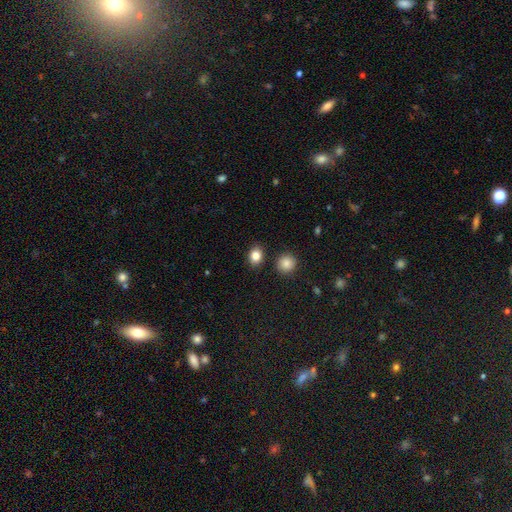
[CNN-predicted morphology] Smooth or featured?
  - smooth: 84% *
  - star or artifact: 10%
  - featured or disk: 6%
How rounded?
  - in between: 50% *
  - round: 49%
  - cigar-shaped: 1%
Merging?
  - none: 86% *
  - minor disturbance: 8%
  - merger: 4%
  - major disturbance: 2%